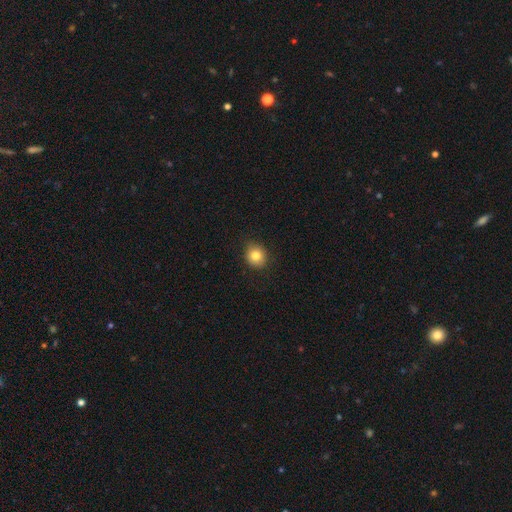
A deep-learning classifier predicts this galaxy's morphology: Smooth or featured: smooth — 82% (star or artifact — 10%)
How rounded: round — 77% (in between — 22%)
Merging: none — 84% (minor disturbance — 12%)